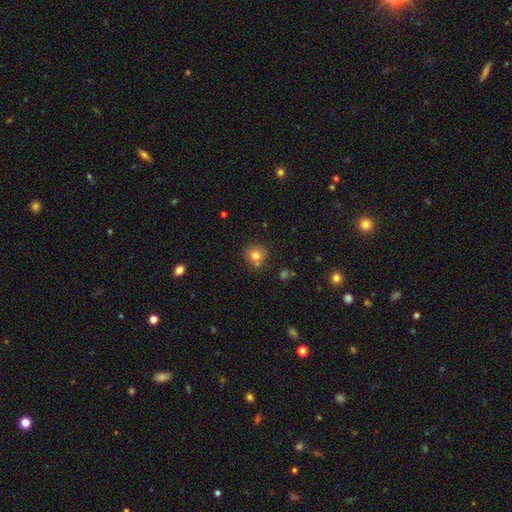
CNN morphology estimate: This is likely a smooth galaxy (78%). How rounded: clearly round (88%). Merging: likely none (70%).